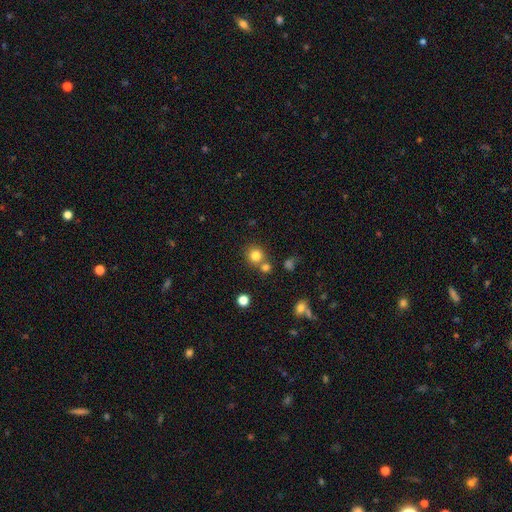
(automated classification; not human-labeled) Smooth or featured? Predicted: smooth (p=0.80). How rounded? Predicted: round (p=0.89). Merging? Predicted: none (p=0.67).